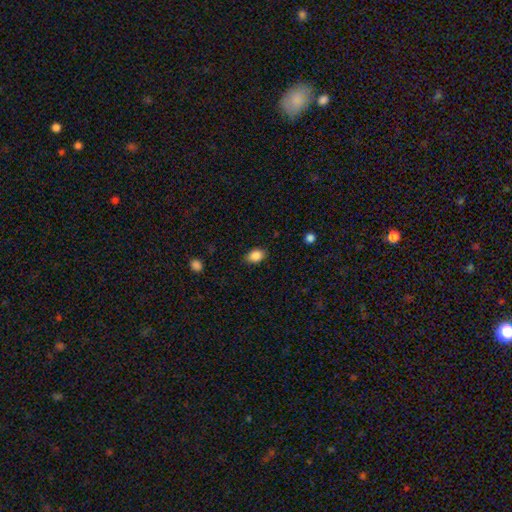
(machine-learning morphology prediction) A smooth galaxy with no disk features (87%) that is in between round and cigar-shaped (78%). Merging: none (82%).